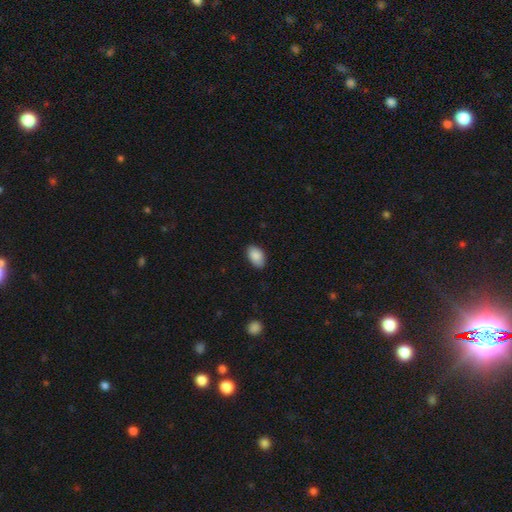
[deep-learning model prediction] Smooth or featured? smooth (88%)
How rounded? in between (92%)
Merging? none (83%)